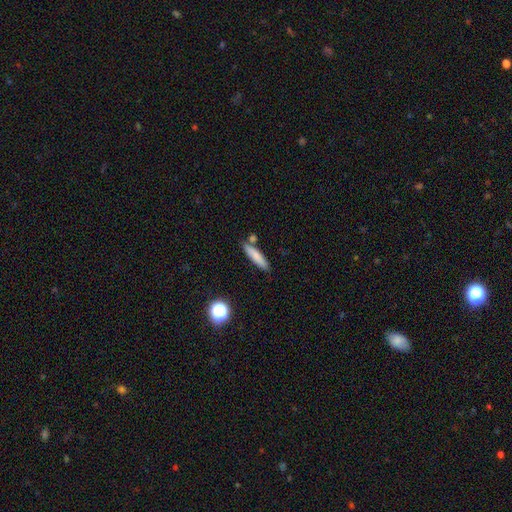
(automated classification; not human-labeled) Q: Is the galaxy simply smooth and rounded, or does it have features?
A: smooth — 79%.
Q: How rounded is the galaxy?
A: cigar-shaped — 80%.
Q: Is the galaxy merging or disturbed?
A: none — 76%.